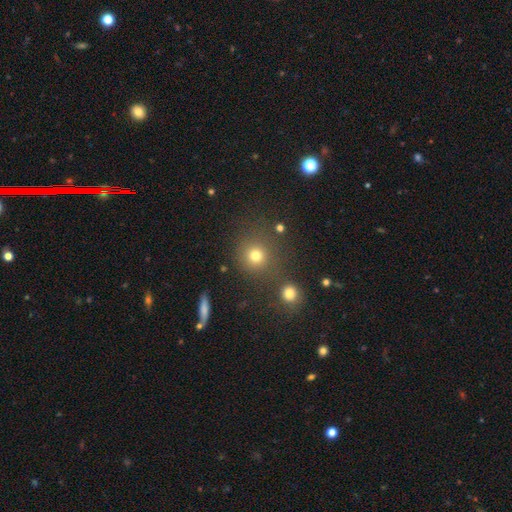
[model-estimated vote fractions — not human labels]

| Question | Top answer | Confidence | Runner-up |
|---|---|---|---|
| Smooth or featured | smooth | 76% | star or artifact (17%) |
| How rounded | round | 91% | in between (8%) |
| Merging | none | 75% | merger (11%) |